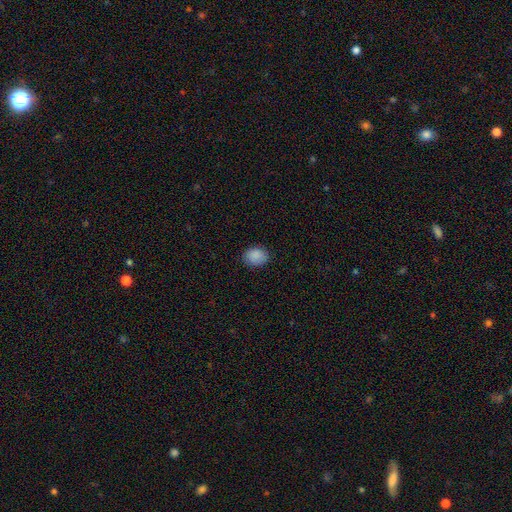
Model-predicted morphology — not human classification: A smooth galaxy with no disk features (88%) that is in between round and cigar-shaped (51%). Merging: none (85%).